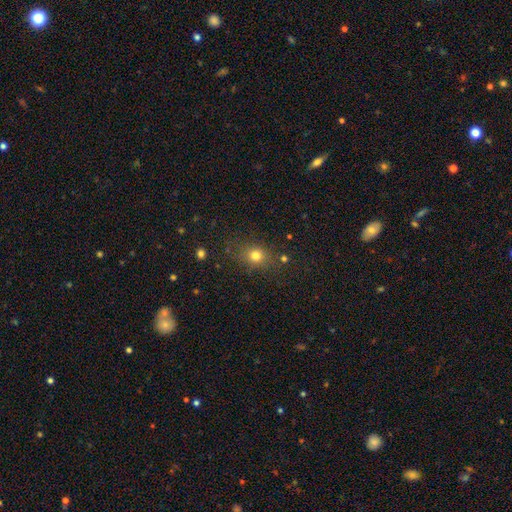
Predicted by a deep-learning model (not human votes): The model was most divided on "how rounded": round: 63%, in between: 35%, cigar-shaped: 2%. More confident: merging — none (77%); smooth or featured — smooth (76%).